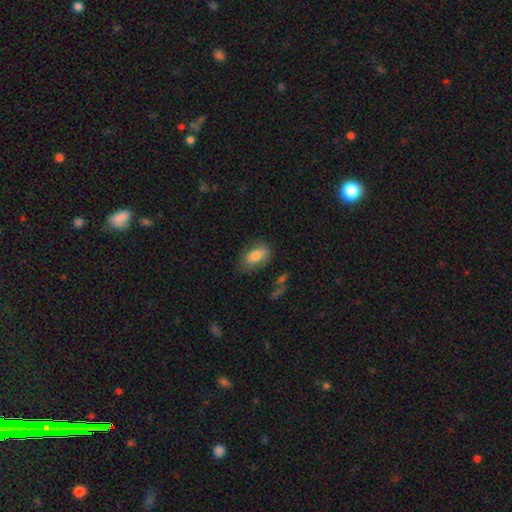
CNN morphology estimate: A smooth galaxy with no disk features (78%) that is in between round and cigar-shaped (90%).

Vote fractions:
- Smooth or featured? smooth: 78% / featured or disk: 14% / star or artifact: 7%
- How rounded? in between: 90% / round: 6% / cigar-shaped: 4%
- Merging? none: 68% / minor disturbance: 22% / major disturbance: 7% / merger: 3%